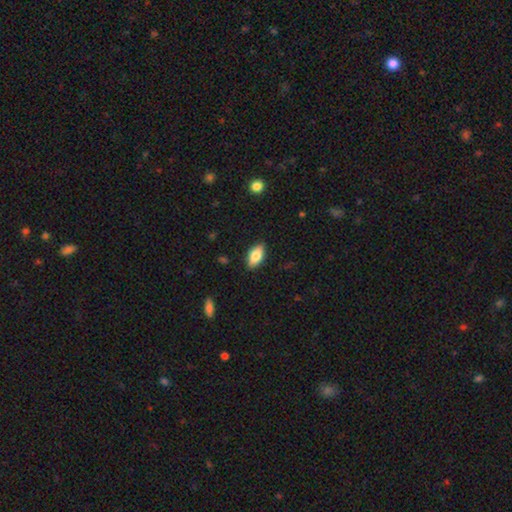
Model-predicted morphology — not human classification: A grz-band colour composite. It shows a smooth galaxy with no disk features (77%) that is in between round and cigar-shaped (90%). Merging: none (87%).